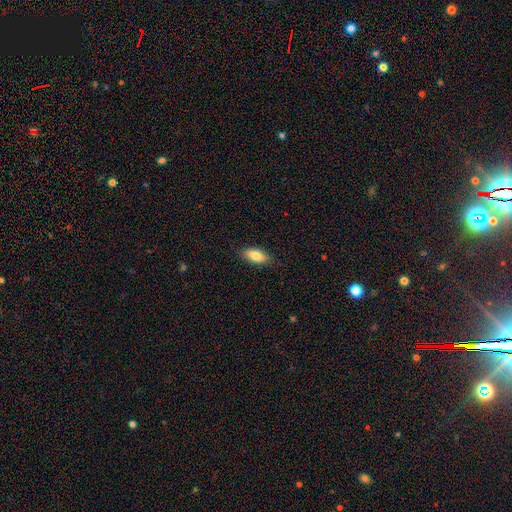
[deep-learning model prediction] Smooth or featured?
  - smooth: 82% *
  - featured or disk: 11%
  - star or artifact: 7%
How rounded?
  - in between: 87% *
  - cigar-shaped: 10%
  - round: 3%
Merging?
  - none: 84% *
  - minor disturbance: 13%
  - major disturbance: 2%
  - merger: 1%